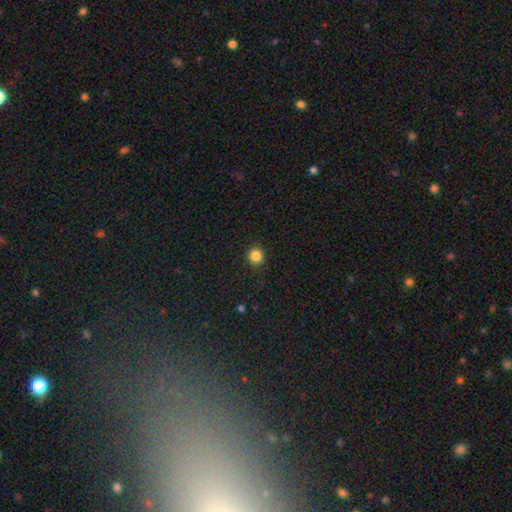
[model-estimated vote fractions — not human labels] A smooth galaxy with no disk features (85%) that is round (91%).

Vote fractions:
- Smooth or featured? smooth: 85% / star or artifact: 11% / featured or disk: 4%
- How rounded? round: 91% / in between: 8% / cigar-shaped: 1%
- Merging? none: 90% / minor disturbance: 7% / major disturbance: 2% / merger: 1%